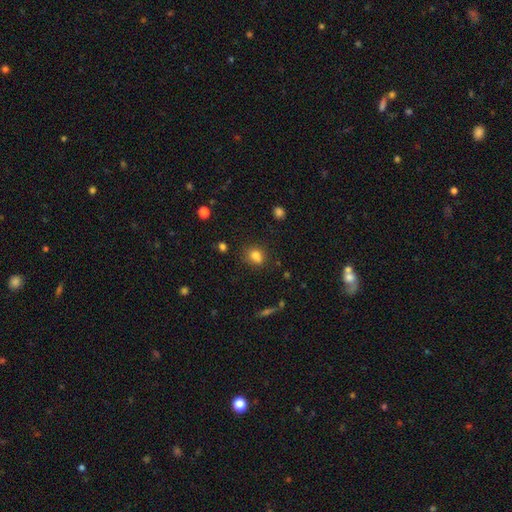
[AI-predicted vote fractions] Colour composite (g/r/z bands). It shows a smooth galaxy with no disk features (79%) that is round (53%). Merging: none (67%).